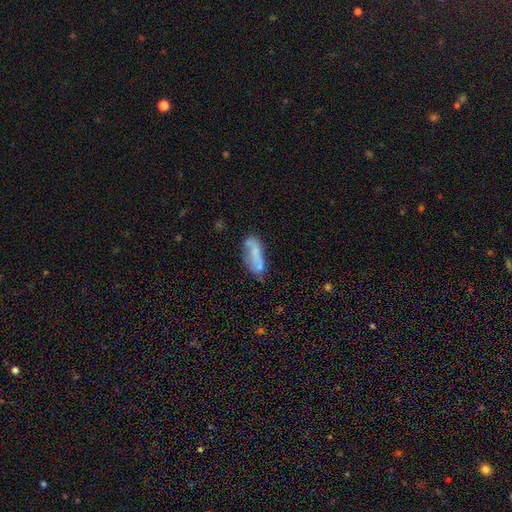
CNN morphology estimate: Smooth or featured? smooth (63%)
How rounded? in between (60%)
Merging? none (51%)